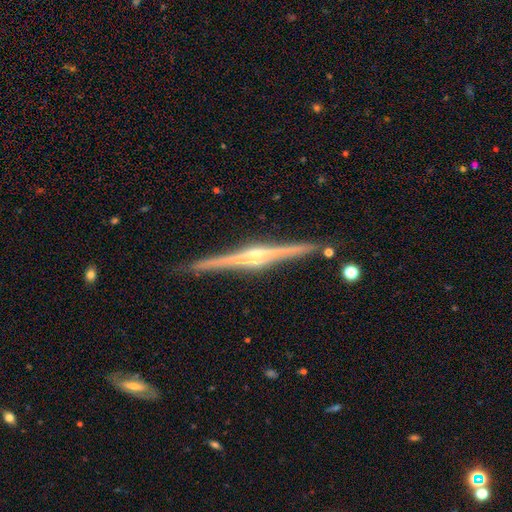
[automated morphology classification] type=featured or disk (89%); edge-on=yes (99%); edge-on bulge=rounded (83%); merging=none (92%).